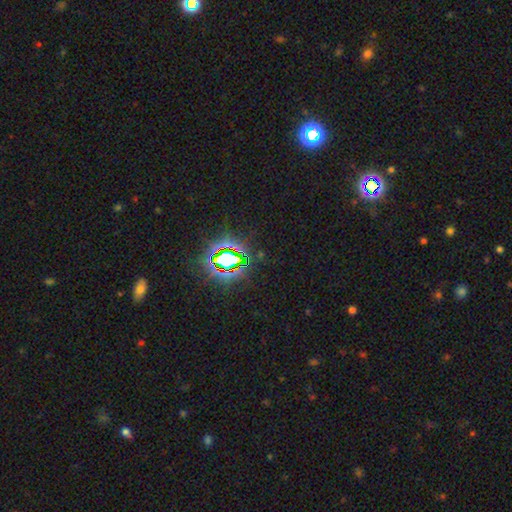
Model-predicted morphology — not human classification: Smooth or featured?
  - star or artifact: 81% *
  - smooth: 11%
  - featured or disk: 8%